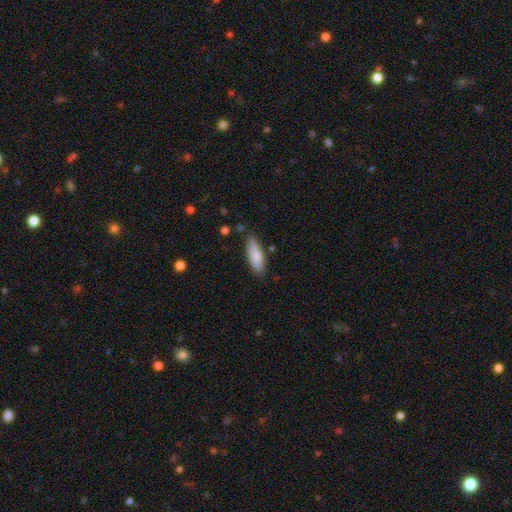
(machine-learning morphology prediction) The model was most divided on "how rounded": in between: 58%, cigar-shaped: 40%, round: 2%. More confident: smooth or featured — smooth (84%); merging — none (82%).